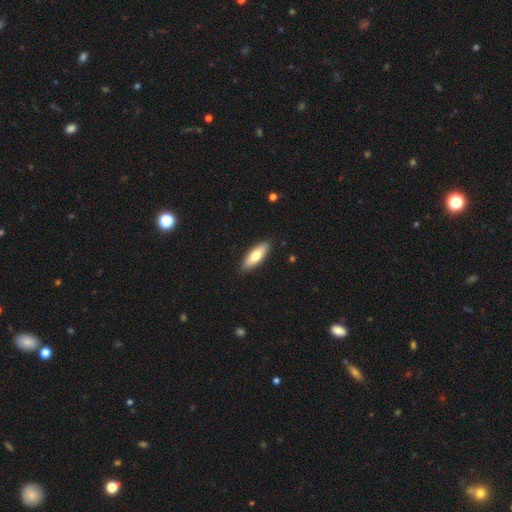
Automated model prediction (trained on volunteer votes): smooth-or-featured: smooth: 72% | featured or disk: 23% | star or artifact: 5%
  how-rounded: in between: 56% | cigar-shaped: 42% | round: 2%
  merging: none: 89% | minor disturbance: 8% | major disturbance: 2% | merger: 1%